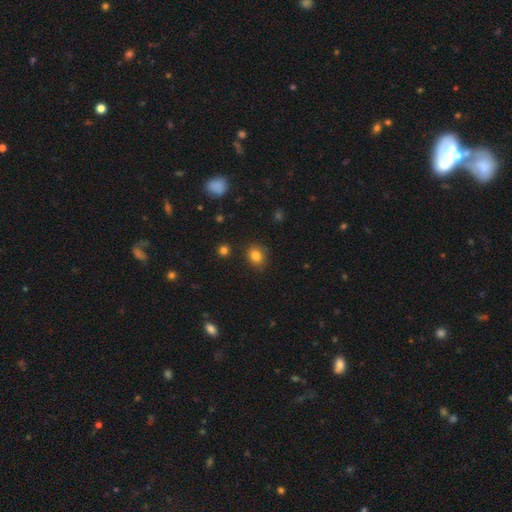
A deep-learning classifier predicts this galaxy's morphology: smooth_or_featured: smooth (p=0.83) [alt: star or artifact p=0.11]
how_rounded: round (p=0.63) [alt: in between p=0.36]
merging: none (p=0.85) [alt: minor disturbance p=0.10]